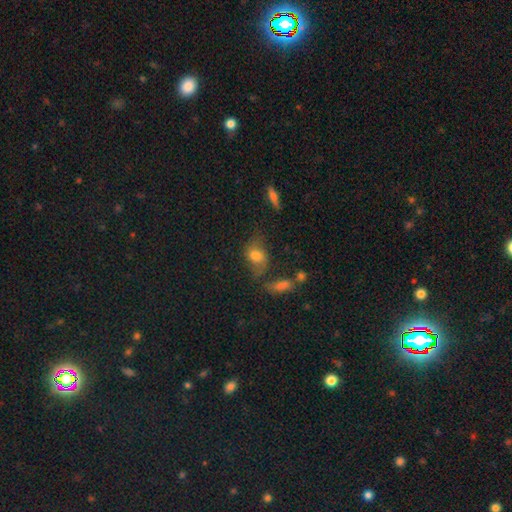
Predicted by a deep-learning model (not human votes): This appears to be a smooth galaxy with no disk features (62%) that is in between round and cigar-shaped (72%). Merging: none (52%).